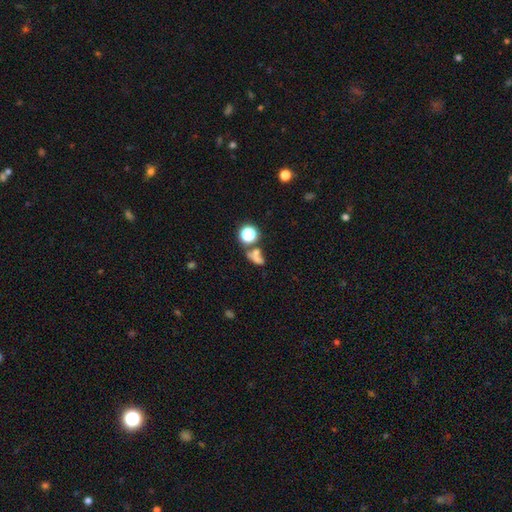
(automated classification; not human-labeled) Overall: smooth (56%; star or artifact 26%). How rounded: in between (48%; round 42%). Merging: merger (41%; none 35%).